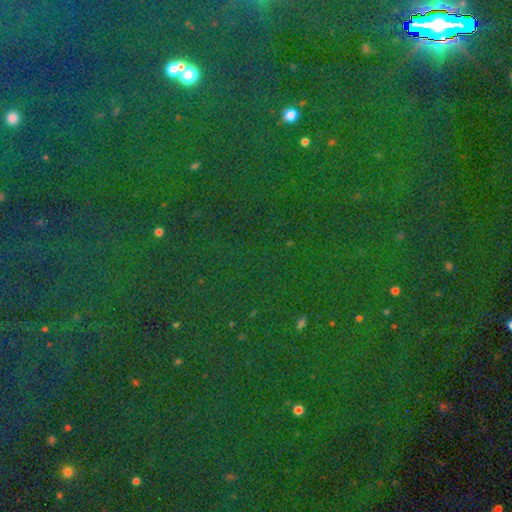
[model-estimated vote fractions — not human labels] This appears to be a star or artifact, not a galaxy (79%).